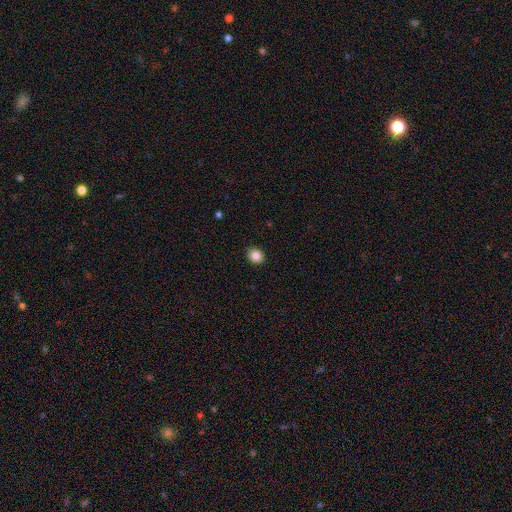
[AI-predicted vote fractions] Smooth or featured? smooth (85%)
How rounded? round (67%)
Merging? none (91%)